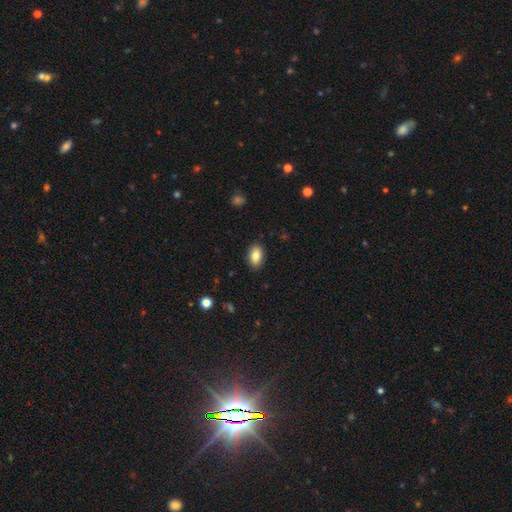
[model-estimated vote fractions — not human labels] Smooth or featured? Predicted: smooth (p=0.83). How rounded? Predicted: in between (p=0.89). Merging? Predicted: none (p=0.87).